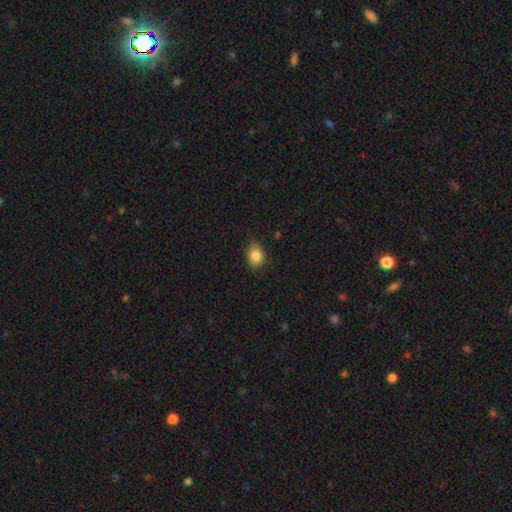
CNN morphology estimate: This appears to be a smooth galaxy with no disk features (85%) that is in between round and cigar-shaped (59%). Merging: none (80%).